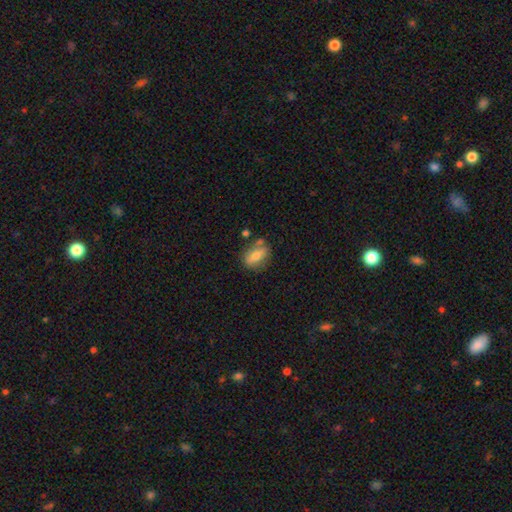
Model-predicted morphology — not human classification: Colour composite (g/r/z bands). It shows a smooth galaxy with no disk features (63%) that is in between round and cigar-shaped (71%). Merging: none (69%).